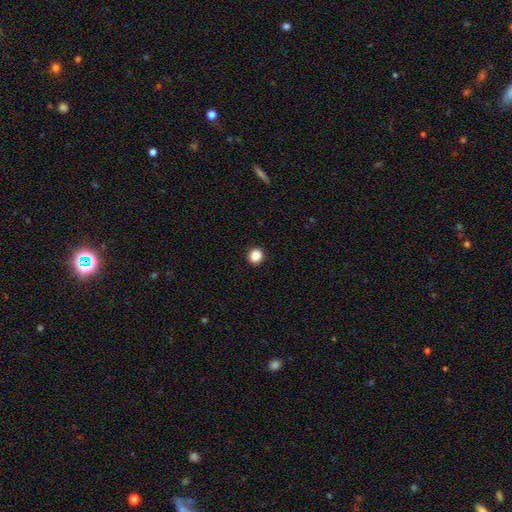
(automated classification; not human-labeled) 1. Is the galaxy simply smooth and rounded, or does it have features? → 88% smooth, 10% star or artifact, 2% featured or disk.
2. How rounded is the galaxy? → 91% round, 8% in between, 1% cigar-shaped.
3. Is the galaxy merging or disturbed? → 93% none, 4% minor disturbance, 2% major disturbance, 1% merger.